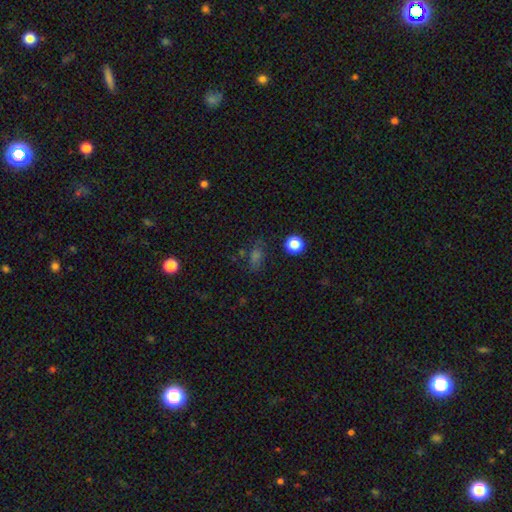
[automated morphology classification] A smooth galaxy with no disk features (54%) that is in between round and cigar-shaped (64%).

Vote fractions:
- Smooth or featured? smooth: 54% / star or artifact: 34% / featured or disk: 12%
- How rounded? in between: 64% / round: 30% / cigar-shaped: 6%
- Merging? none: 68% / minor disturbance: 17% / major disturbance: 9% / merger: 6%